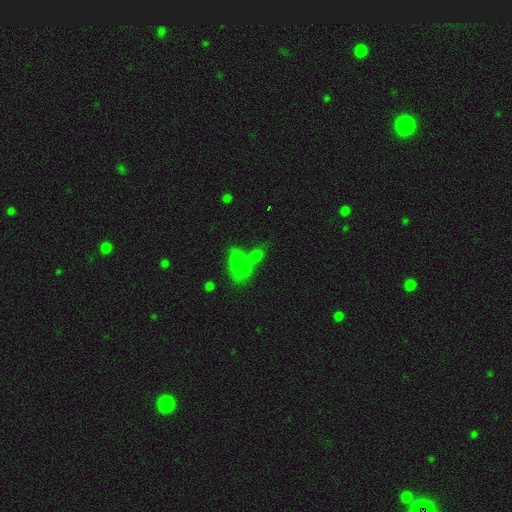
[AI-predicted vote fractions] Smooth or featured: smooth — 72% (star or artifact — 15%)
How rounded: in between — 73% (round — 17%)
Merging: merger — 38% (tied with none — 38%)